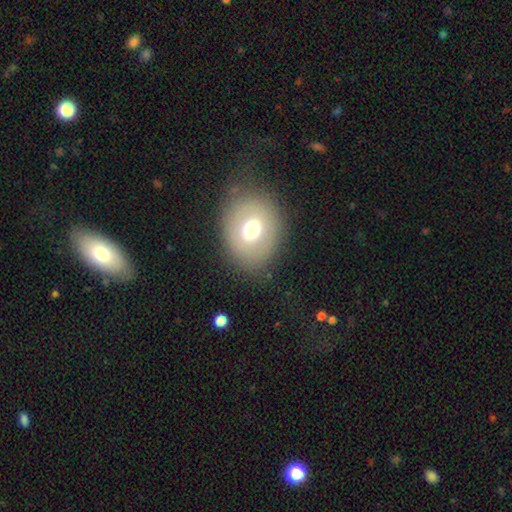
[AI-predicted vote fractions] smooth-or-featured: smooth: 66% | featured or disk: 23% | star or artifact: 11%
  how-rounded: round: 53% | in between: 46% | cigar-shaped: 1%
  merging: none: 78% | minor disturbance: 13% | major disturbance: 6% | merger: 3%